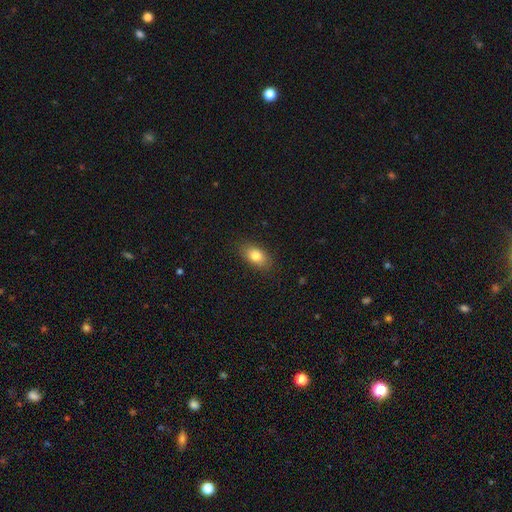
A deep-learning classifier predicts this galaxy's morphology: Smooth or featured? smooth (81%)
How rounded? in between (86%)
Merging? none (85%)